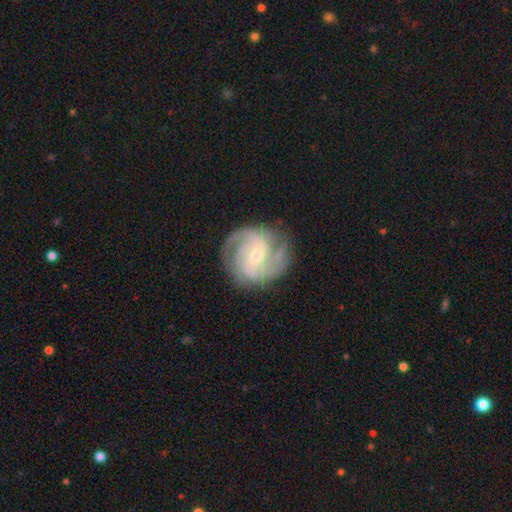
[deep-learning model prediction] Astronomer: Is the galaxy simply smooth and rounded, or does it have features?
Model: featured or disk — 90%.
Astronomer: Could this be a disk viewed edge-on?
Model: no — 98%.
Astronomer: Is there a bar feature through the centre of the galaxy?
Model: weak — 44% (runner-up: no, 39%).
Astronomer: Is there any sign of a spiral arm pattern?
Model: yes — 98%.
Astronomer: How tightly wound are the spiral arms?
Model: medium — 47% (runner-up: tight, 44%).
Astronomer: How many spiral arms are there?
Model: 2 — 36% (runner-up: 3, 34%).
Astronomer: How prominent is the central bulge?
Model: small — 68%.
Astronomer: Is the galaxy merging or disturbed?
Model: none — 81%.